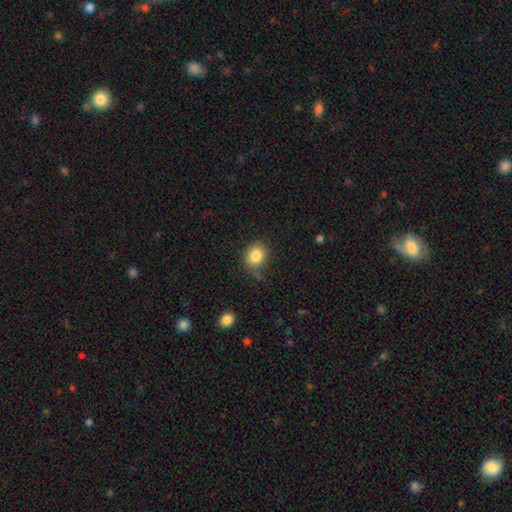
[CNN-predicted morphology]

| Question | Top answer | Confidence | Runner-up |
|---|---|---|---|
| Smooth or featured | smooth | 84% | star or artifact (10%) |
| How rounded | round | 65% | in between (34%) |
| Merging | none | 73% | minor disturbance (18%) |